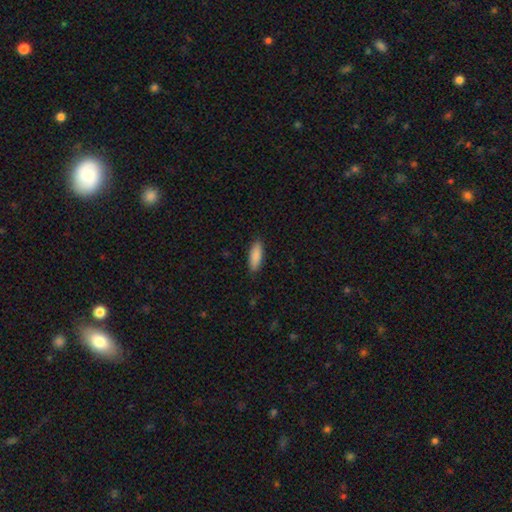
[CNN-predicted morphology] smooth 89%, star or artifact 6%, featured or disk 6%. Down the decision tree: how rounded — in between (61%); merging — none (88%).